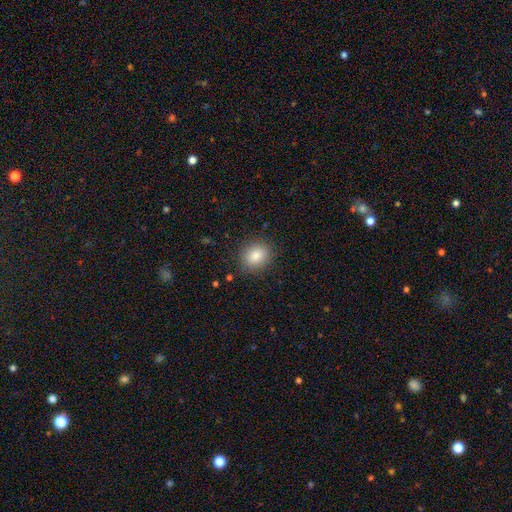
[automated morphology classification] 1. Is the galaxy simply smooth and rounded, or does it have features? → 85% smooth, 9% star or artifact, 6% featured or disk.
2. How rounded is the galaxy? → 57% round, 42% in between, 1% cigar-shaped.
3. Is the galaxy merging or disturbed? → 86% none, 10% minor disturbance, 3% major disturbance, 1% merger.